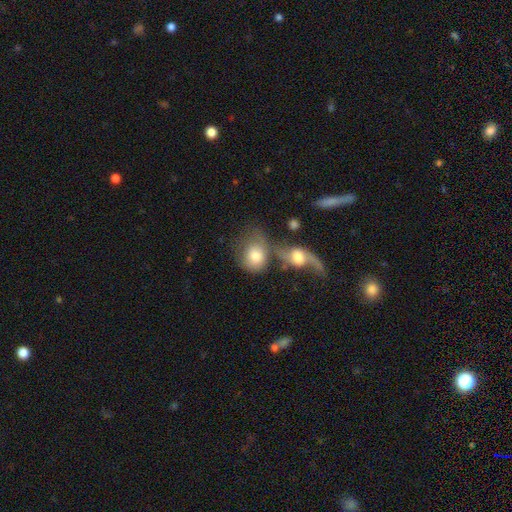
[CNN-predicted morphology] This is likely a smooth galaxy (69%). How rounded: possibly round (52%). Merging: possibly merger (46%).